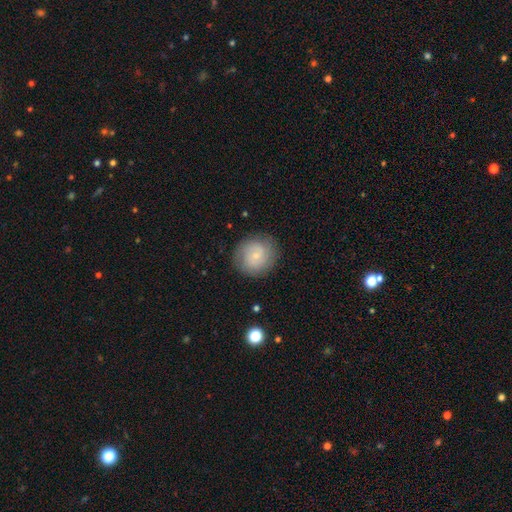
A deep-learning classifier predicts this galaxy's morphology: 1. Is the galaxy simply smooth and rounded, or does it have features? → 58% smooth, 33% featured or disk, 8% star or artifact.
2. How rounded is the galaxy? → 90% round, 9% in between, 1% cigar-shaped.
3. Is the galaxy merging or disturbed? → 84% none, 11% minor disturbance, 4% major disturbance, 1% merger.